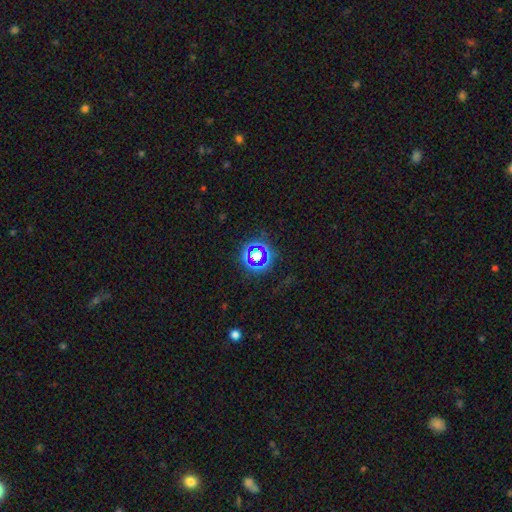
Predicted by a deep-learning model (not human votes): Smooth or featured: star or artifact — 63% (smooth — 25%)